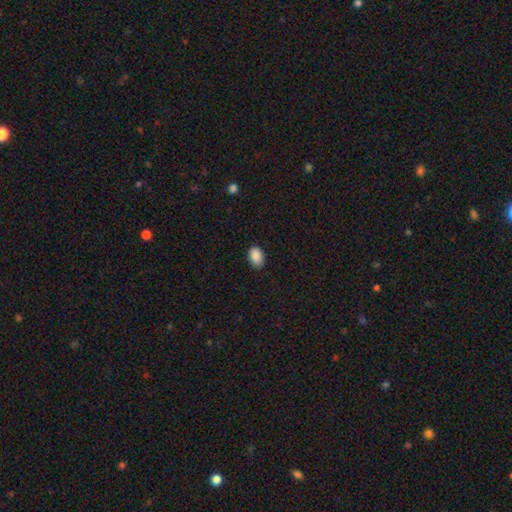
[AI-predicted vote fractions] Smooth or featured? smooth (89%)
How rounded? in between (86%)
Merging? none (83%)